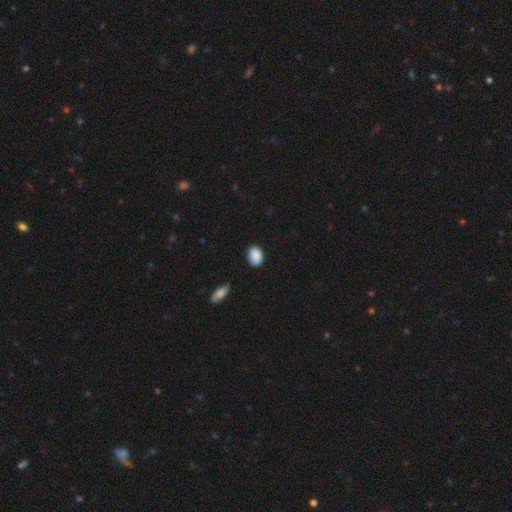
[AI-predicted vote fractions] The model was most divided on "how rounded": in between: 80%, round: 18%, cigar-shaped: 1%. More confident: smooth or featured — smooth (90%); merging — none (86%).